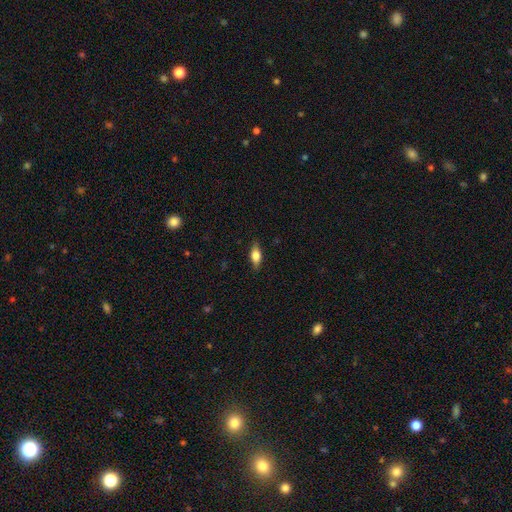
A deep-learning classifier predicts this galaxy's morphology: type=smooth (67%); roundness=in between (77%); merging=none (83%).